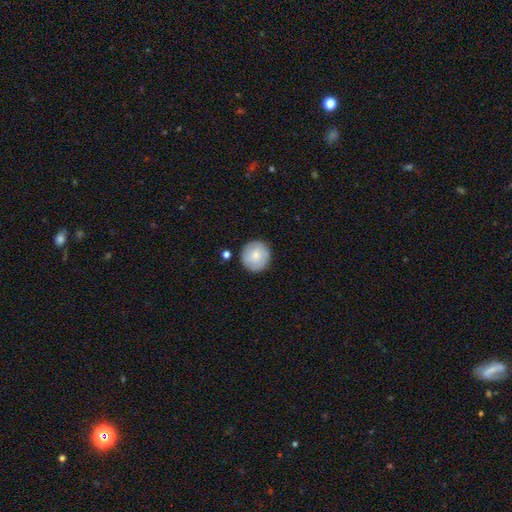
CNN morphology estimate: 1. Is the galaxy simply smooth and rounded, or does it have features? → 76% smooth, 17% featured or disk, 6% star or artifact.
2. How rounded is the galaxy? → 94% round, 5% in between, 1% cigar-shaped.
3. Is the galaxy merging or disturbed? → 87% none, 9% minor disturbance, 2% merger, 2% major disturbance.